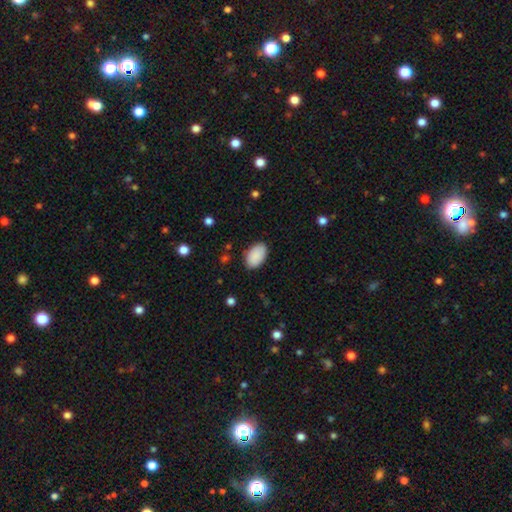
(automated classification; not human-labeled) This is clearly a smooth galaxy (90%). How rounded: clearly in between (93%). Merging: clearly none (87%).